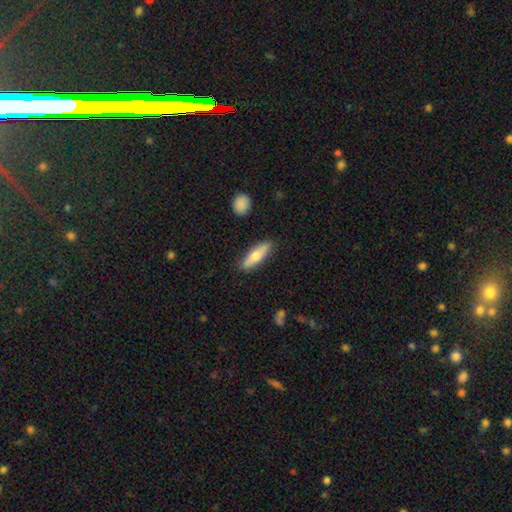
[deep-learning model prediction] This appears to be a smooth galaxy with no disk features (59%) that is cigar-shaped (62%). Merging: none (86%).